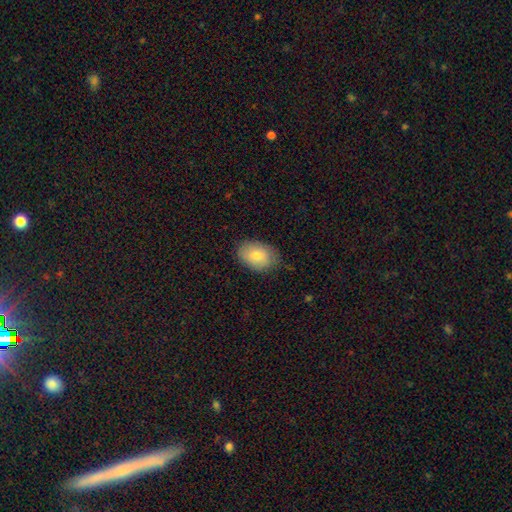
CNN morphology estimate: type=smooth (80%); roundness=in between (84%); merging=none (77%).